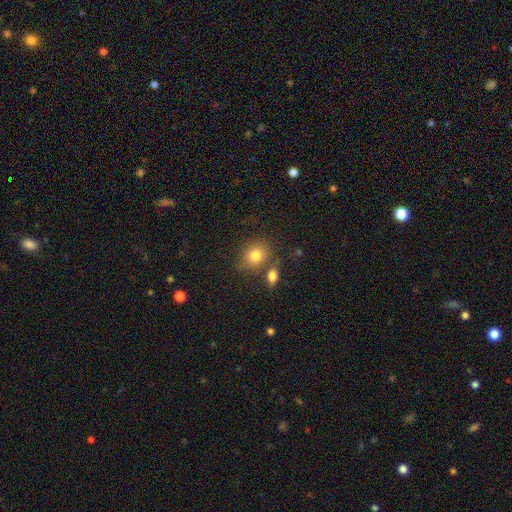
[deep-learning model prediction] The model was most divided on "how rounded": round: 65%, in between: 33%, cigar-shaped: 1%. More confident: smooth or featured — smooth (80%); merging — none (64%).